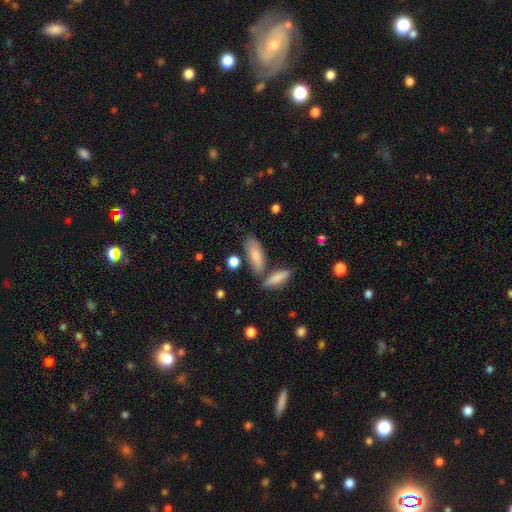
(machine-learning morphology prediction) Q: Smooth or featured?
A: smooth (69%); runner-up: featured or disk (22%)
Q: How rounded?
A: in between (68%); runner-up: cigar-shaped (29%)
Q: Merging?
A: none (66%); runner-up: merger (16%)